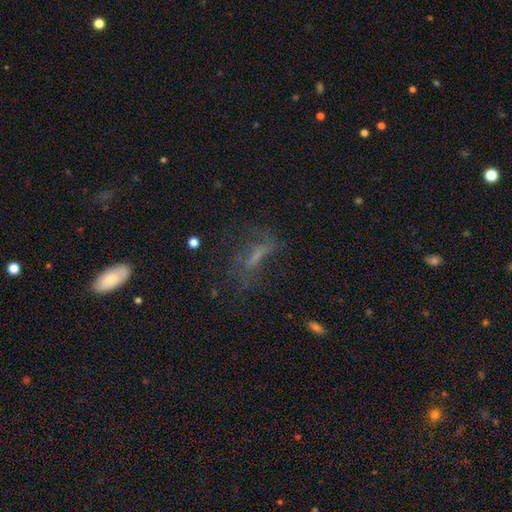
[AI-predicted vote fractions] Smooth or featured? featured or disk (41%)
Merging? none (50%)